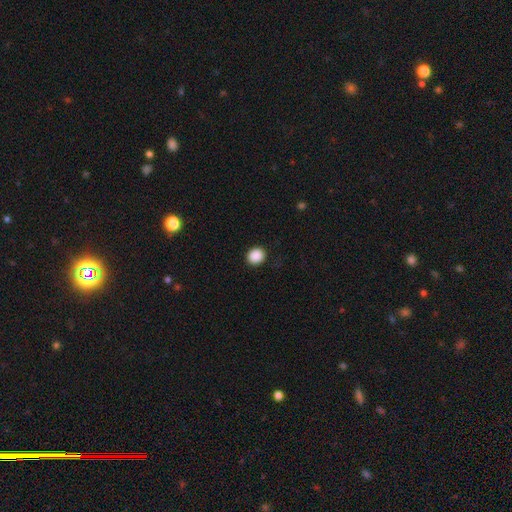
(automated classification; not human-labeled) Smooth or featured? Predicted: smooth (p=0.89). How rounded? Predicted: round (p=0.79). Merging? Predicted: none (p=0.91).